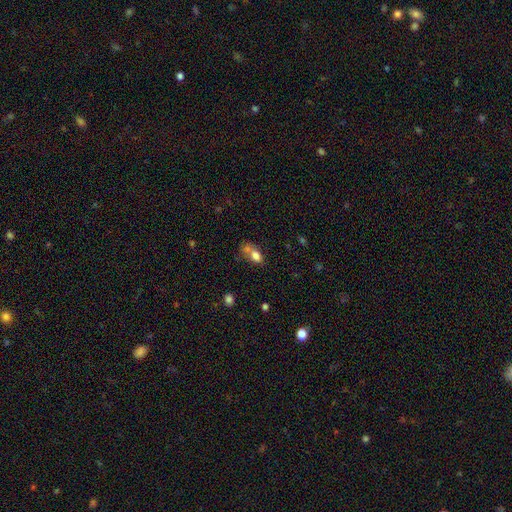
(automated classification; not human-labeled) Smooth or featured?
  - smooth: 75% *
  - featured or disk: 14%
  - star or artifact: 11%
How rounded?
  - in between: 75% *
  - round: 22%
  - cigar-shaped: 3%
Merging?
  - merger: 46% *
  - none: 30%
  - minor disturbance: 14%
  - major disturbance: 9%